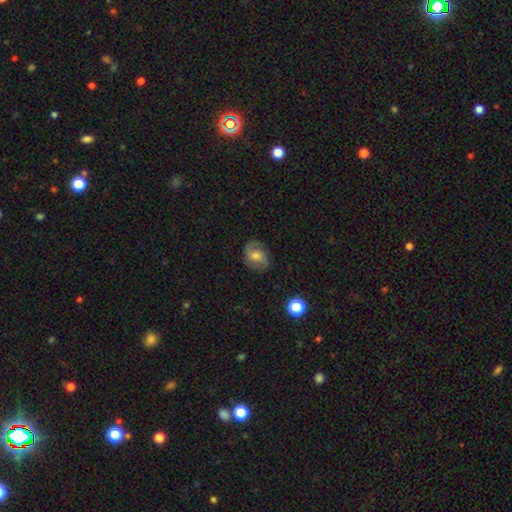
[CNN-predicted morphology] The model was most divided on "bar": no: 47%, weak: 42%, strong: 12%. Remaining: edge-on disk — no (97%); spiral arms — yes (90%); spiral arm count — 2 (81%); merging — none (78%); smooth or featured — featured or disk (63%); bulge size — moderate (56%); spiral winding — medium (48%).